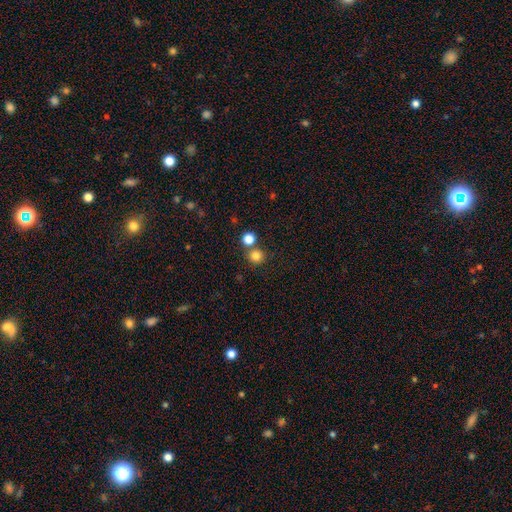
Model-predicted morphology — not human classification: smooth 82%, star or artifact 14%, featured or disk 5%. Down the decision tree: how rounded — round (93%); merging — none (74%).